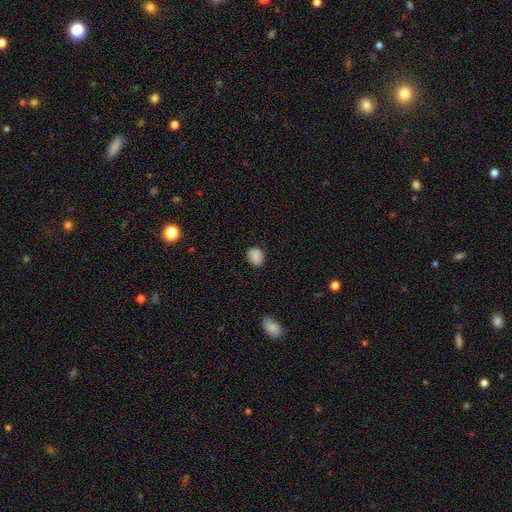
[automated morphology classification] Q: Smooth or featured?
A: smooth (86%); runner-up: star or artifact (9%)
Q: How rounded?
A: round (53%); runner-up: in between (46%)
Q: Merging?
A: none (81%); runner-up: minor disturbance (15%)